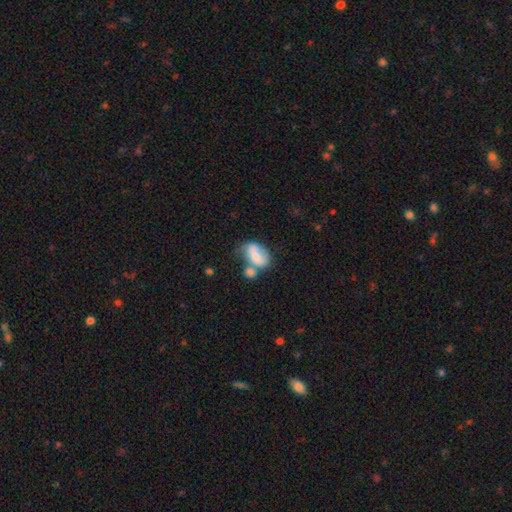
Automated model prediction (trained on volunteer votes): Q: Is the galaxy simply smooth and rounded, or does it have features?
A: smooth — 60%.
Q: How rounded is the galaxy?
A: in between — 86%.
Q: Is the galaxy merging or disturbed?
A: merger — 43%.